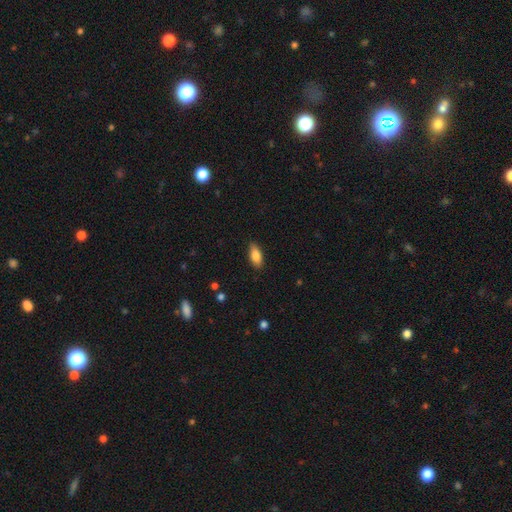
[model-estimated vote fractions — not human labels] smooth-or-featured: smooth: 84% | featured or disk: 9% | star or artifact: 7%
  how-rounded: in between: 85% | cigar-shaped: 13% | round: 2%
  merging: none: 85% | minor disturbance: 12% | major disturbance: 2% | merger: 1%